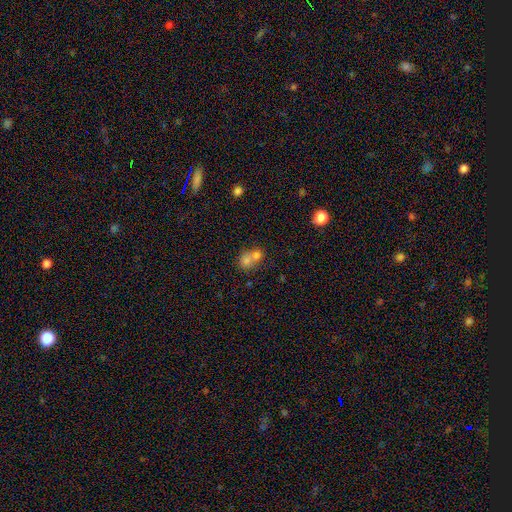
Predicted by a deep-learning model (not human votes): Q: Smooth or featured?
A: smooth (72%); runner-up: featured or disk (16%)
Q: How rounded?
A: round (65%); runner-up: in between (34%)
Q: Merging?
A: merger (67%); runner-up: none (24%)